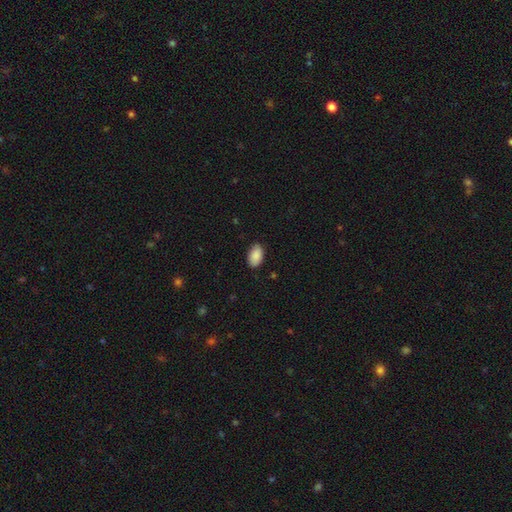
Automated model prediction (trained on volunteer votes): A smooth galaxy with no disk features (89%) that is in between round and cigar-shaped (94%). Merging: none (84%).